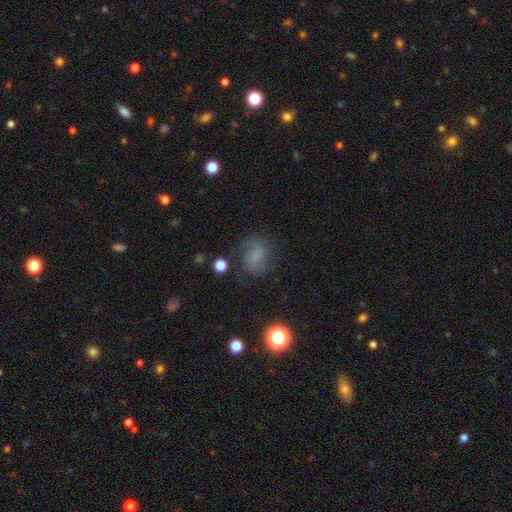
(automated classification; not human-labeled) Morphology: type=smooth (56%); roundness=in between (52%); merging=none (65%).